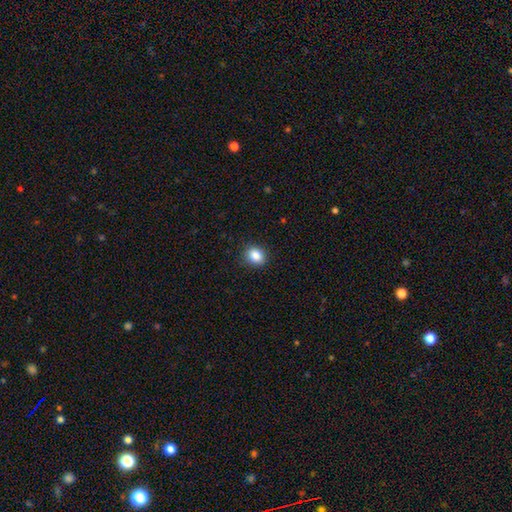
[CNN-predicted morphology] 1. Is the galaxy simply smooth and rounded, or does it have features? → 86% smooth, 9% star or artifact, 5% featured or disk.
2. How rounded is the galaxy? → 58% round, 41% in between, 1% cigar-shaped.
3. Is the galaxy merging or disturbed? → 88% none, 8% minor disturbance, 2% major disturbance, 1% merger.